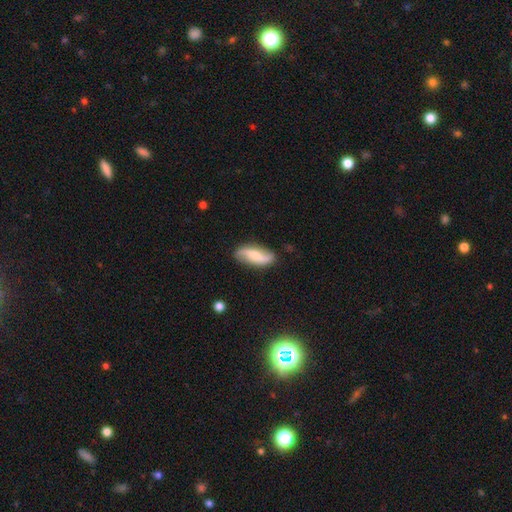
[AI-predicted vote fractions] A featured or disk galaxy (64%) with no bar (46%), 2 (92%) loose (79%) spiral arms (93%) and a small central bulge (47%).

Vote fractions:
- Smooth or featured? featured or disk: 64% / smooth: 31% / star or artifact: 6%
- Edge-on disk? no: 92% / yes: 8%
- Bar? no: 46% / weak: 35% / strong: 18%
- Spiral arms? yes: 93% / no: 7%
- Spiral winding? loose: 79% / medium: 15% / tight: 6%
- Spiral arm count? 2: 92% / can't tell: 3% / 1: 2% / 3: 1% / 4: 1% / more than 4: 1%
- Bulge size? small: 47% / moderate: 35% / none: 11% / large: 5% / dominant: 2%
- Merging? none: 83% / minor disturbance: 13% / major disturbance: 3% / merger: 2%